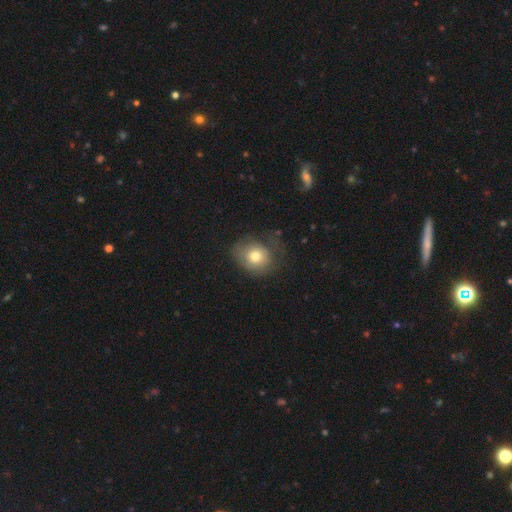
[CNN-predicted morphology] A smooth galaxy with no disk features (73%) that is round (62%). Merging: none (58%).